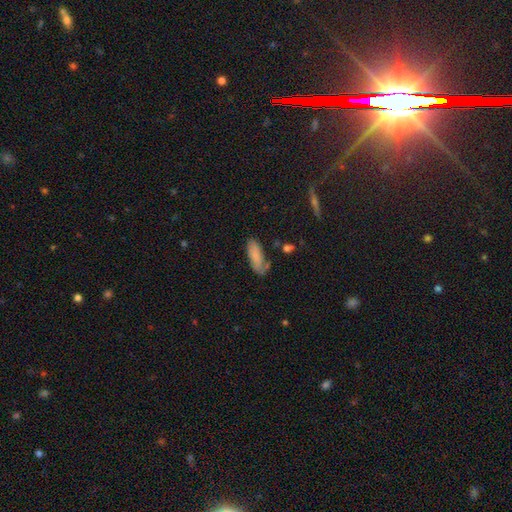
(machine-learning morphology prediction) A smooth galaxy with no disk features (74%) that is in between round and cigar-shaped (73%).

Vote fractions:
- Smooth or featured? smooth: 74% / featured or disk: 17% / star or artifact: 9%
- How rounded? in between: 73% / cigar-shaped: 25% / round: 2%
- Merging? none: 56% / minor disturbance: 27% / major disturbance: 11% / merger: 6%